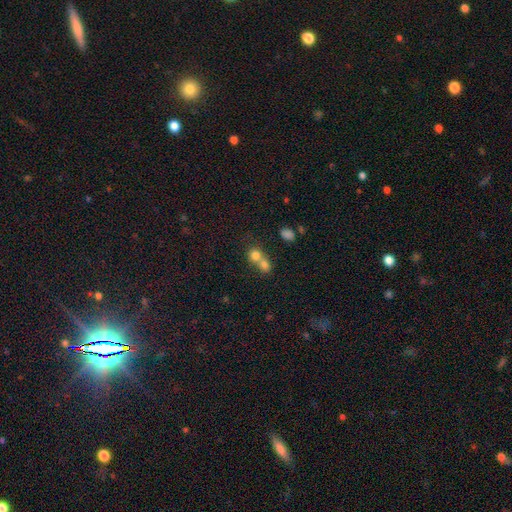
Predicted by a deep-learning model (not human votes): This appears to be a smooth galaxy with no disk features (75%) that is round (74%). Merging: merger (67%).